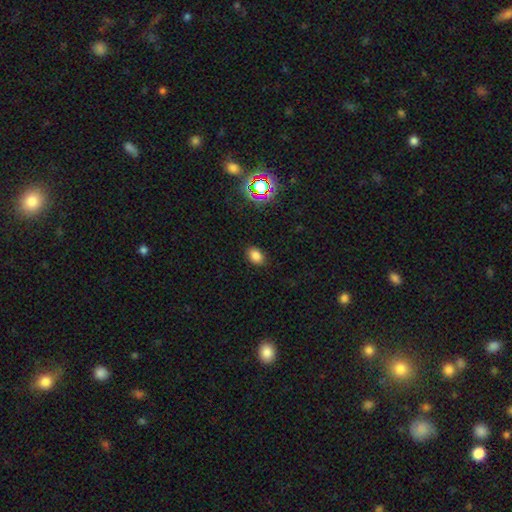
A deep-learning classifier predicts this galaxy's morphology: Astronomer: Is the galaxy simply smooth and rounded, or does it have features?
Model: smooth — 80%.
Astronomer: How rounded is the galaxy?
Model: in between — 77%.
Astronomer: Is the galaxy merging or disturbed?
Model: none — 85%.